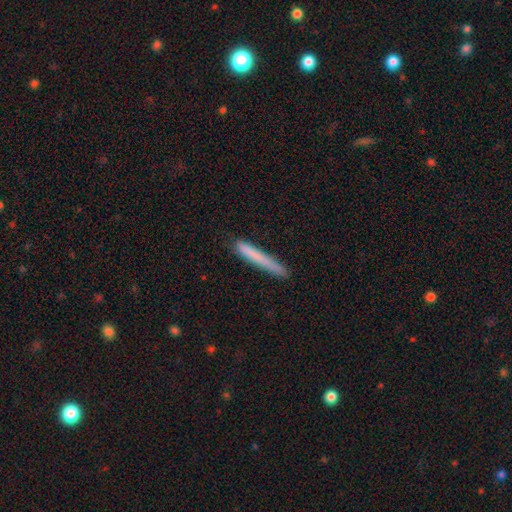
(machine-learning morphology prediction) smooth_or_featured: smooth (p=0.74) [alt: featured or disk p=0.20]
how_rounded: cigar-shaped (p=0.97) [alt: in between p=0.02]
merging: none (p=0.84) [alt: minor disturbance p=0.12]